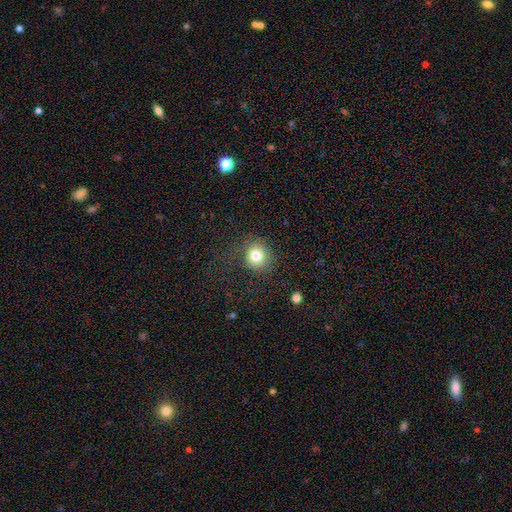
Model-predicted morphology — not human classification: type=smooth (80%); roundness=round (86%); merging=none (75%).